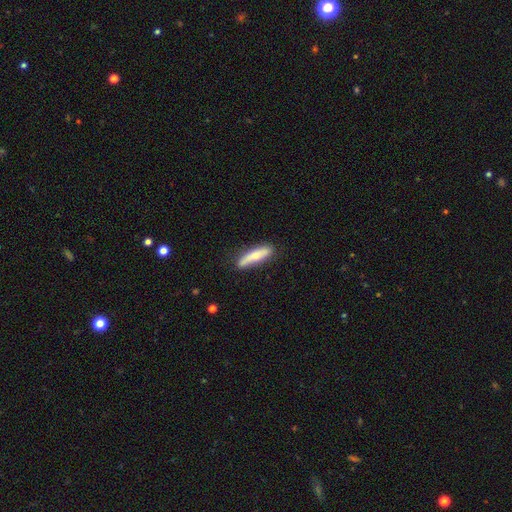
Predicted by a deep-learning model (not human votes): This is possibly a smooth galaxy (47%). Merging: clearly none (80%).